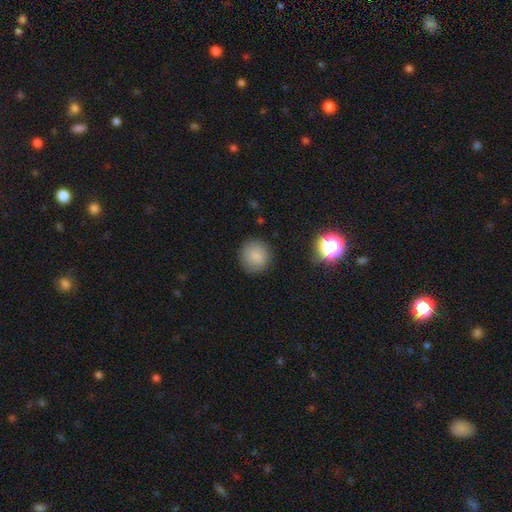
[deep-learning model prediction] Overall: smooth (84%). How rounded: round (91%). Merging: none (88%).